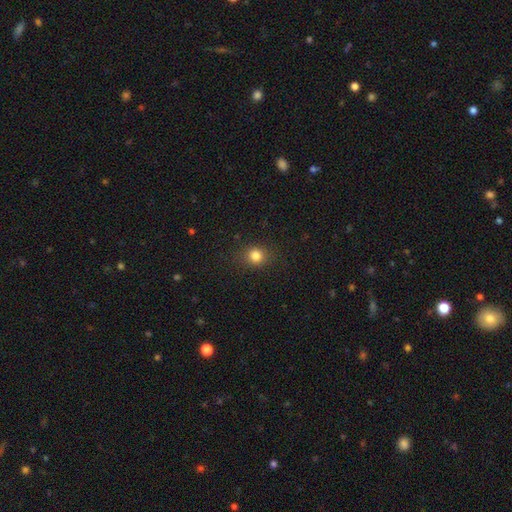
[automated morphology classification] smooth_or_featured: smooth (p=0.82) [alt: star or artifact p=0.13]
how_rounded: round (p=0.77) [alt: in between p=0.22]
merging: none (p=0.87) [alt: minor disturbance p=0.09]